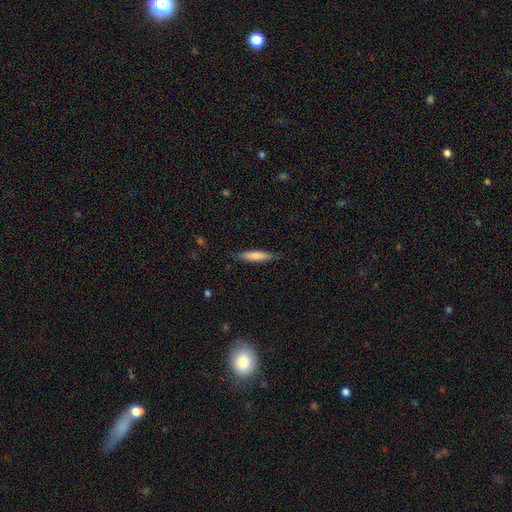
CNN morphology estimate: Overall: smooth (73%). How rounded: cigar-shaped (85%). Merging: none (85%).